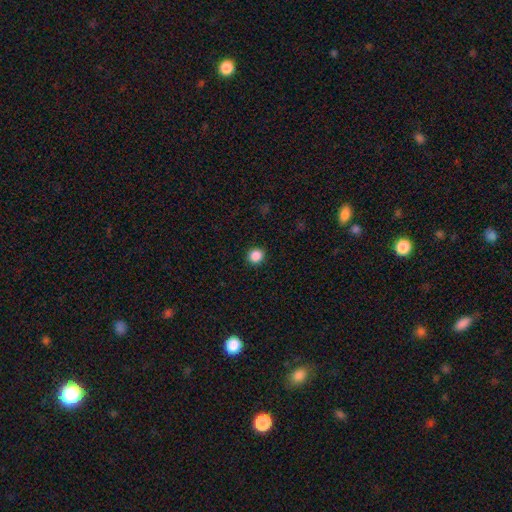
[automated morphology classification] This is clearly a smooth galaxy (88%). How rounded: clearly round (89%). Merging: clearly none (92%).